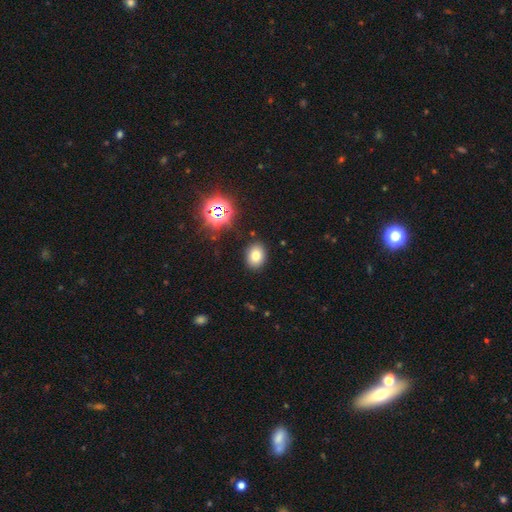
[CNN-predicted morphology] type=smooth (75%); roundness=in between (60%); merging=none (88%).